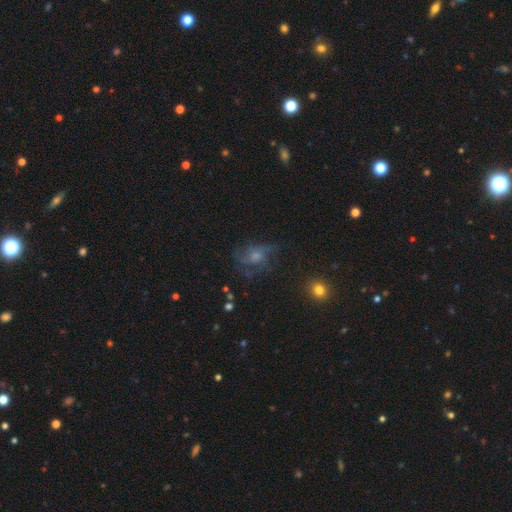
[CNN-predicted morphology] Overall: featured or disk (52%; smooth 30%). Edge-on disk: no (95%). Merging: none (51%; major disturbance 25%).